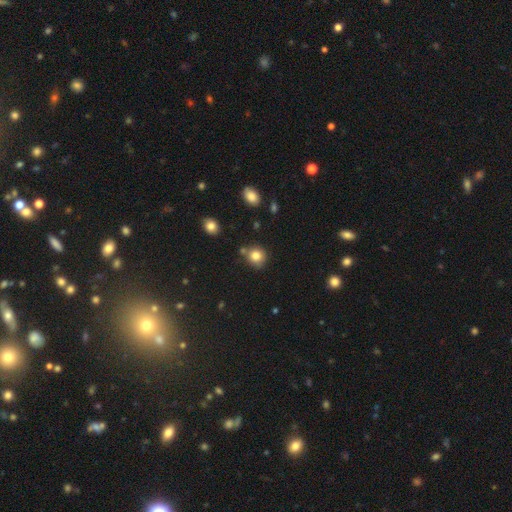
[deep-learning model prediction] smooth-or-featured: smooth: 82% | star or artifact: 11% | featured or disk: 7%
  how-rounded: round: 85% | in between: 14% | cigar-shaped: 1%
  merging: none: 72% | minor disturbance: 14% | merger: 10% | major disturbance: 3%